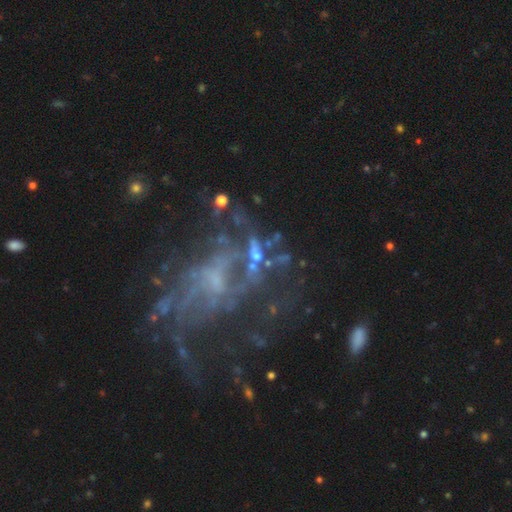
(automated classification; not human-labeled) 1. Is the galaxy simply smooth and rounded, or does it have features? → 73% featured or disk, 18% star or artifact, 9% smooth.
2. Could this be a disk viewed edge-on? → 97% no, 3% yes.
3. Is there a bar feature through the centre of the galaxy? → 55% no, 34% weak, 11% strong.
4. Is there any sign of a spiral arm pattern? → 63% yes, 37% no.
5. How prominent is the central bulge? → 45% small, 36% none, 15% moderate, 2% large, 1% dominant.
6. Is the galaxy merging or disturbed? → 42% none, 36% major disturbance, 16% minor disturbance, 7% merger.